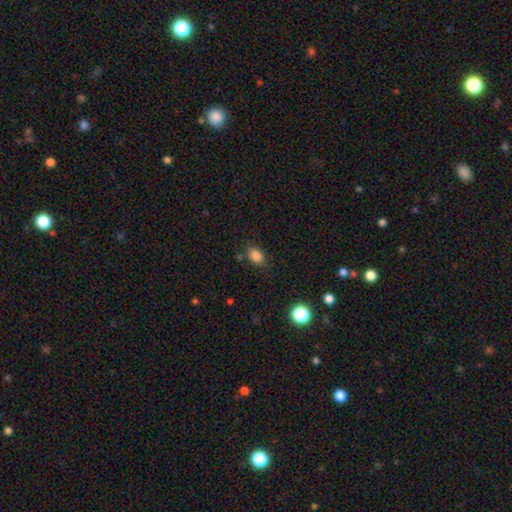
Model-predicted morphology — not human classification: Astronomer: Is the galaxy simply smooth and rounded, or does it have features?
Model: smooth — 84%.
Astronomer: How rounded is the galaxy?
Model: in between — 79%.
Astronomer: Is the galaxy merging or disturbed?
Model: none — 77%.